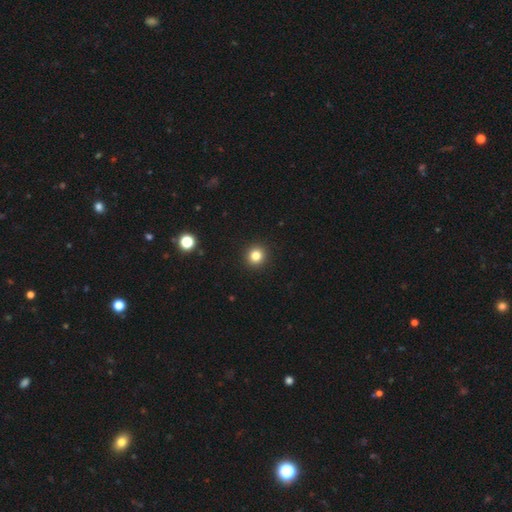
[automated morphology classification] Overall: smooth (82%). How rounded: round (93%). Merging: none (93%).